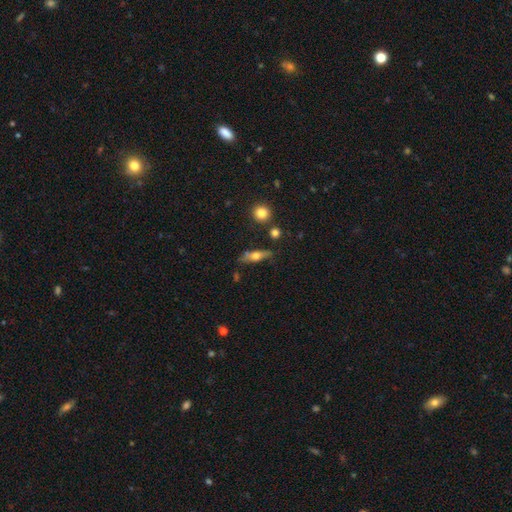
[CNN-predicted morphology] Overall: smooth (50%; featured or disk 43%). Merging: none (71%).